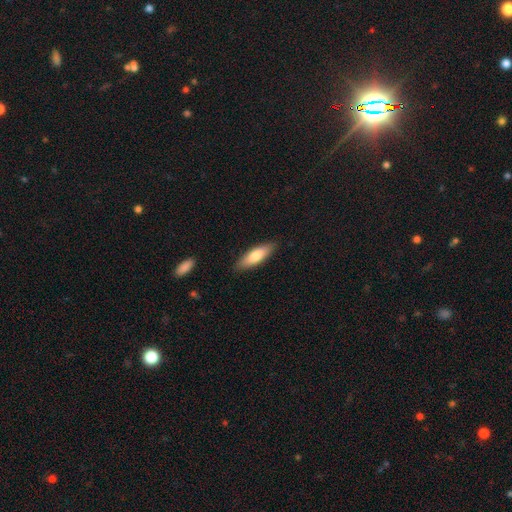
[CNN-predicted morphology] A smooth galaxy with no disk features (76%) that is cigar-shaped (50%). Merging: none (87%).